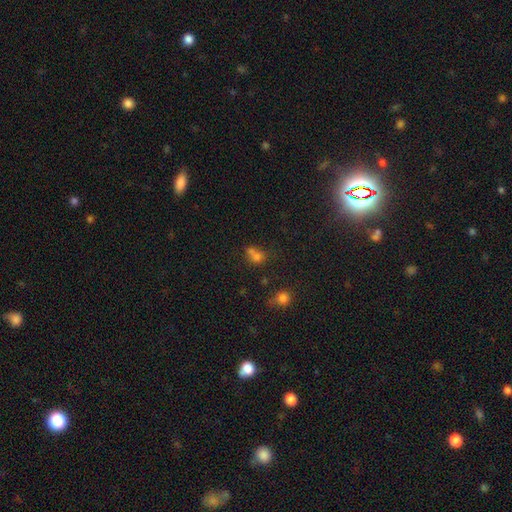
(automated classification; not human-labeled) smooth-or-featured: smooth: 70% | star or artifact: 18% | featured or disk: 12%
  how-rounded: round: 61% | in between: 37% | cigar-shaped: 2%
  merging: merger: 48% | none: 34% | minor disturbance: 12% | major disturbance: 6%